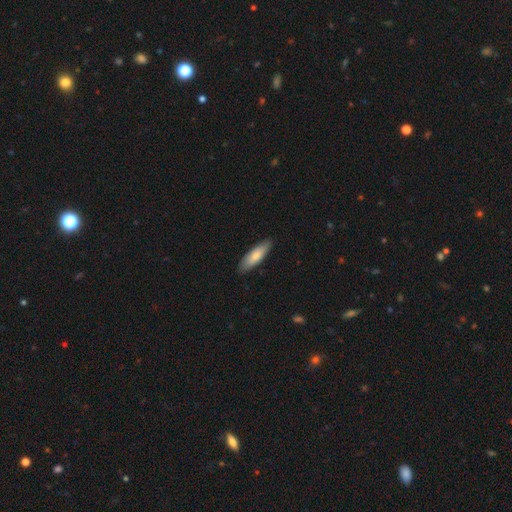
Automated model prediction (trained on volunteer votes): Overall: smooth (77%). How rounded: cigar-shaped (54%; in between 44%). Merging: none (88%).